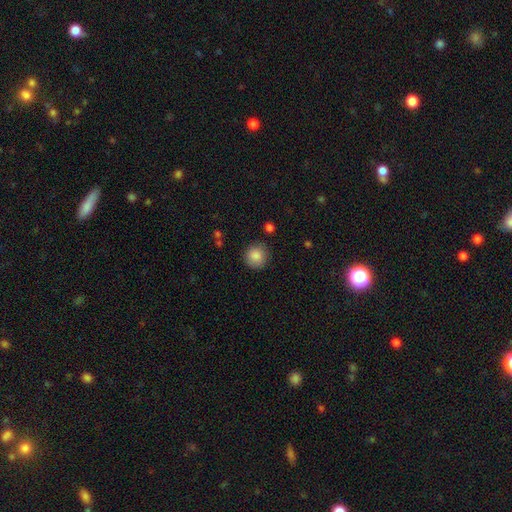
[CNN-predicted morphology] This is clearly a smooth galaxy (87%). How rounded: clearly round (92%). Merging: clearly none (87%).